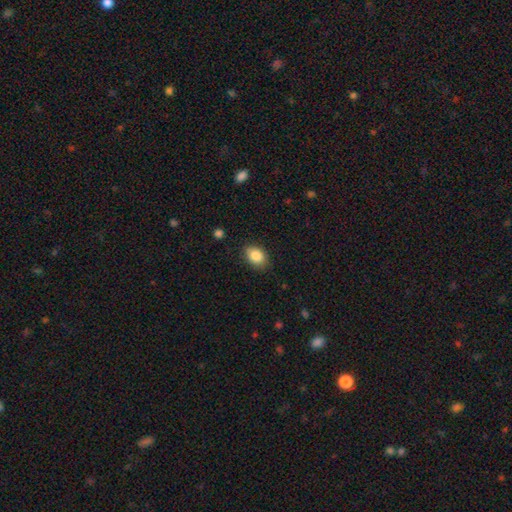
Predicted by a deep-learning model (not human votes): smooth 86%, star or artifact 8%, featured or disk 6%. Down the decision tree: how rounded — in between (77%); merging — none (85%).